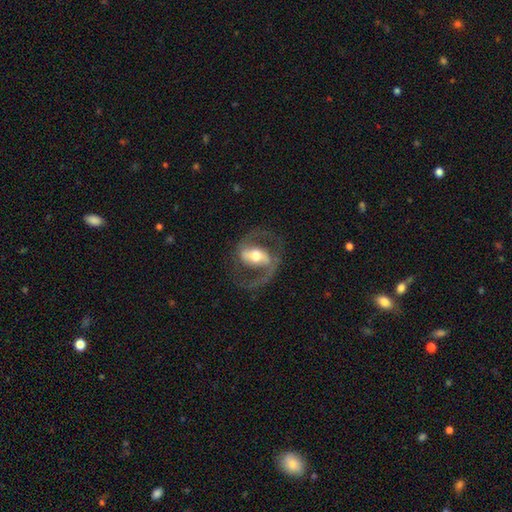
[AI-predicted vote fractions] Smooth or featured: featured or disk — 85% (smooth — 10%)
Edge-on disk: no — 96% (yes — 4%)
Bar: strong — 51% (weak — 32%)
Spiral arms: yes — 90% (no — 10%)
Spiral winding: medium — 59% (loose — 24%)
Spiral arm count: 2 — 89% (1 — 5%)
Bulge size: moderate — 69% (small — 15%)
Merging: none — 72% (major disturbance — 14%)